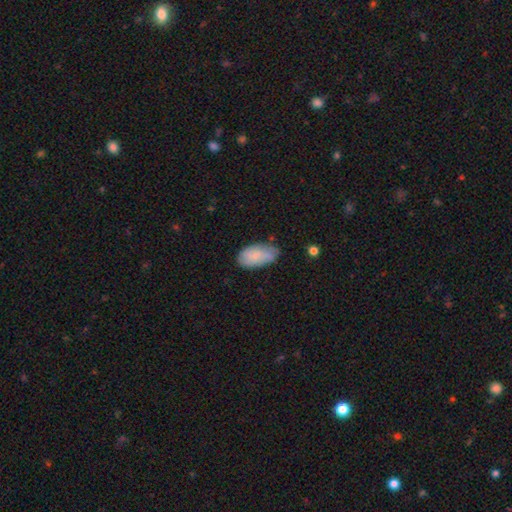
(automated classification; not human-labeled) smooth 73%, featured or disk 21%, star or artifact 6%. Down the decision tree: how rounded — in between (94%); merging — none (63%).